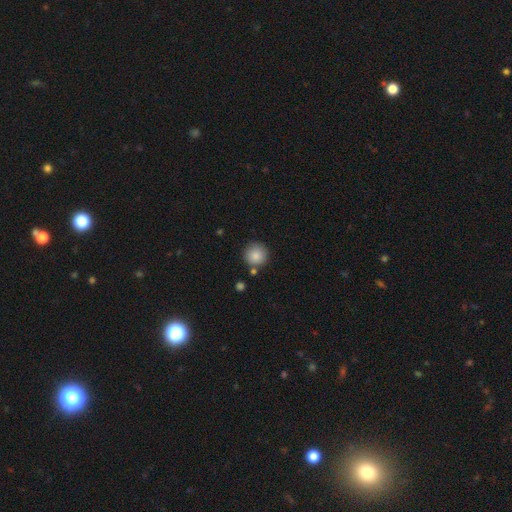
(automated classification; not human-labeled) Smooth or featured? smooth (87%)
How rounded? round (95%)
Merging? none (81%)